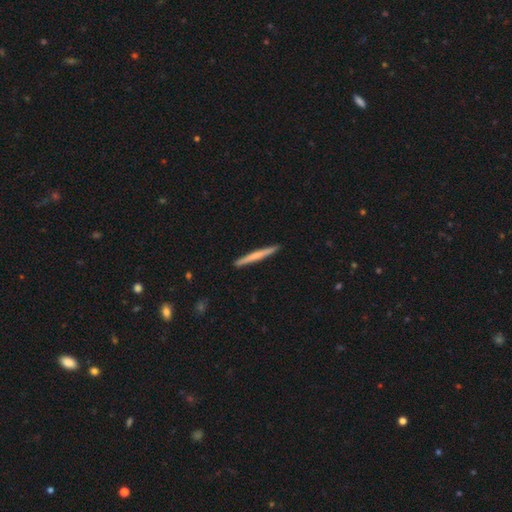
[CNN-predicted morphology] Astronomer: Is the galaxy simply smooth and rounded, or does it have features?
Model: smooth — 55% (runner-up: featured or disk, 41%).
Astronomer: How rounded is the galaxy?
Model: cigar-shaped — 97%.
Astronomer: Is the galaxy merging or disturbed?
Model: none — 92%.